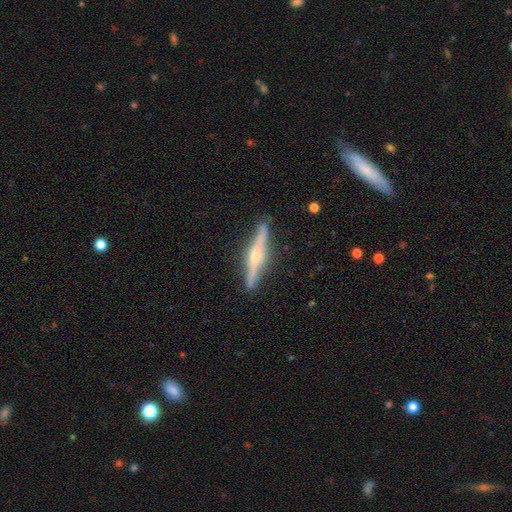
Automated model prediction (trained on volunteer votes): Q: Smooth or featured?
A: featured or disk (77%); runner-up: smooth (17%)
Q: Edge-on disk?
A: yes (97%); runner-up: no (3%)
Q: Edge-on bulge?
A: rounded (86%); runner-up: boxy (8%)
Q: Merging?
A: none (87%); runner-up: minor disturbance (10%)